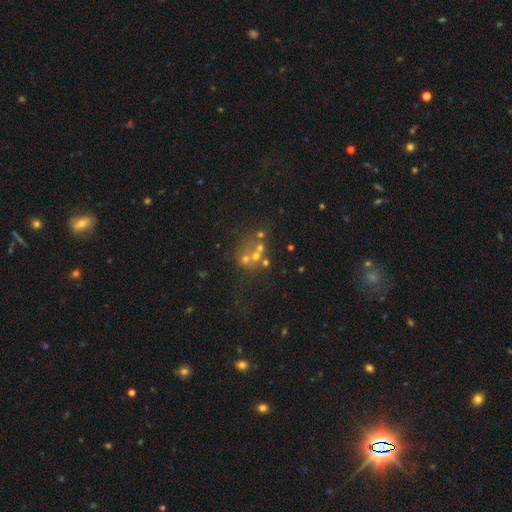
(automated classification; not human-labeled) smooth_or_featured: star or artifact (p=0.35) [alt: smooth p=0.33]